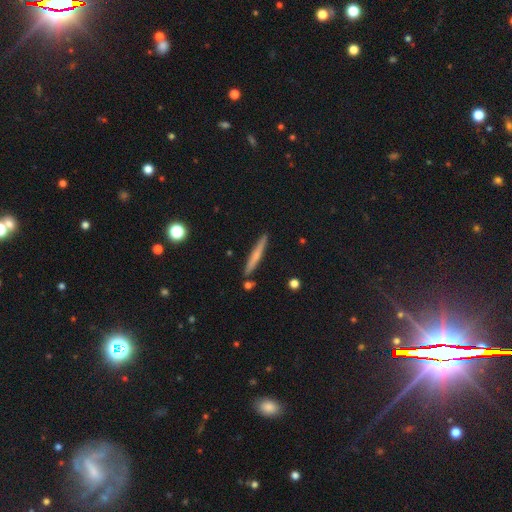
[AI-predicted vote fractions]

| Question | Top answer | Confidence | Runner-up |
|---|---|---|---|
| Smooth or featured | smooth | 51% | featured or disk (42%) |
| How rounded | cigar-shaped | 95% | in between (3%) |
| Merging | none | 88% | minor disturbance (8%) |